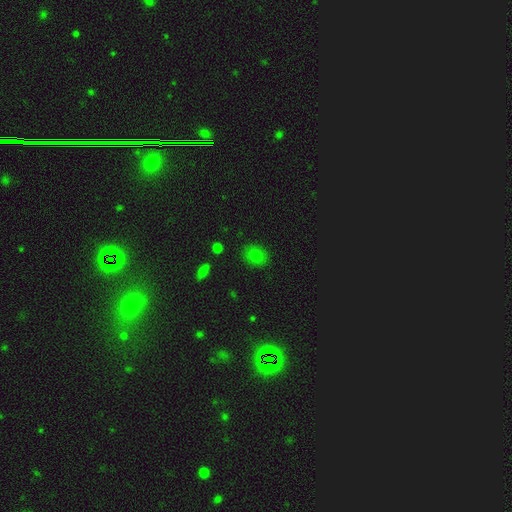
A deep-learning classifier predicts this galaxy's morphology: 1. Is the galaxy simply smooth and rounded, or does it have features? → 77% smooth, 14% star or artifact, 10% featured or disk.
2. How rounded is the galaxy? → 59% round, 40% in between, 1% cigar-shaped.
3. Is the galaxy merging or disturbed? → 86% none, 10% minor disturbance, 2% major disturbance, 2% merger.